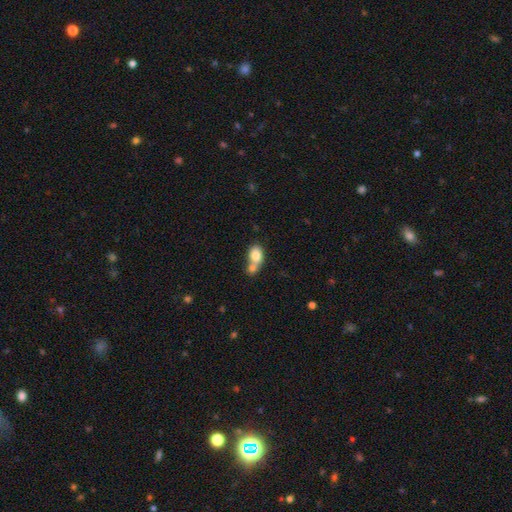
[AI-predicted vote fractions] Smooth or featured?
  - smooth: 79% *
  - featured or disk: 13%
  - star or artifact: 8%
How rounded?
  - in between: 70% *
  - round: 29%
  - cigar-shaped: 2%
Merging?
  - merger: 61% *
  - none: 27%
  - minor disturbance: 9%
  - major disturbance: 4%